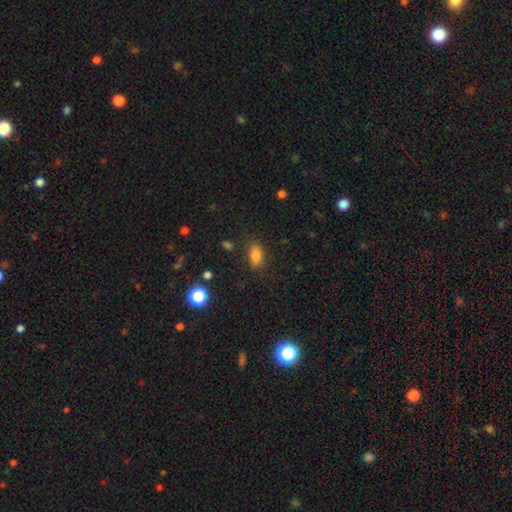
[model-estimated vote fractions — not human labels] Smooth or featured?
  - smooth: 81% *
  - star or artifact: 12%
  - featured or disk: 7%
How rounded?
  - in between: 85% *
  - round: 11%
  - cigar-shaped: 5%
Merging?
  - none: 81% *
  - minor disturbance: 13%
  - major disturbance: 4%
  - merger: 2%